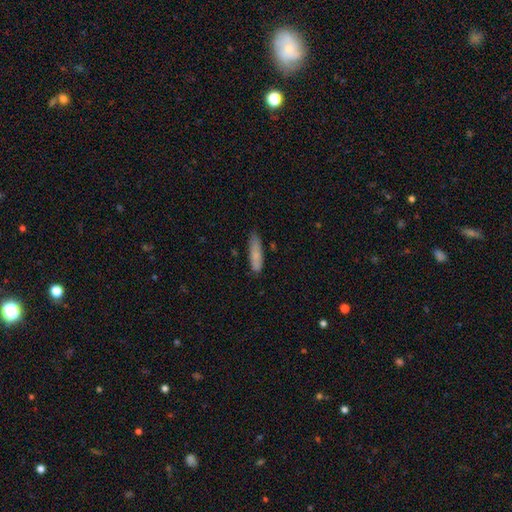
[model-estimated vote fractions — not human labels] Overall: smooth (77%). How rounded: cigar-shaped (73%). Merging: none (75%).